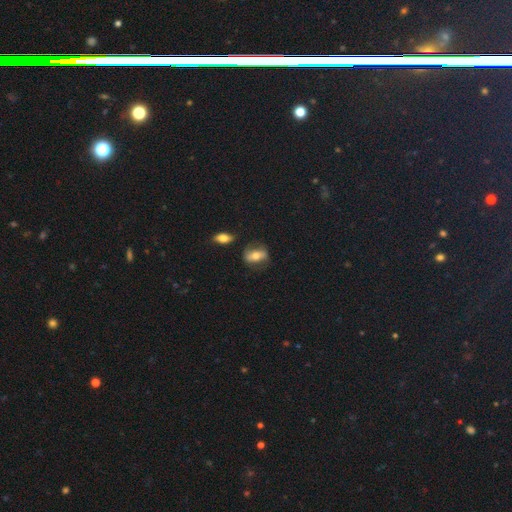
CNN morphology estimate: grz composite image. It shows a smooth galaxy with no disk features (50%) that is in between round and cigar-shaped (74%). Merging: none (70%).